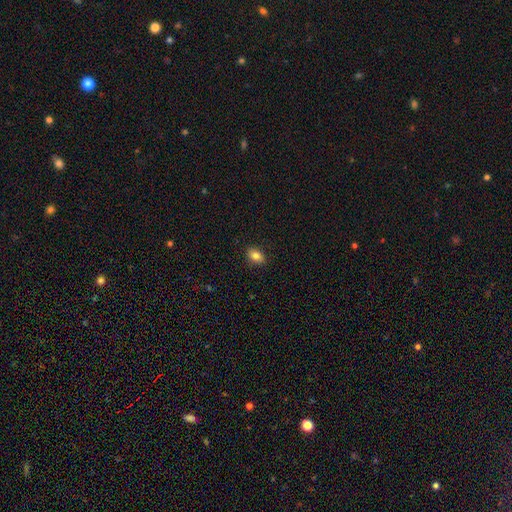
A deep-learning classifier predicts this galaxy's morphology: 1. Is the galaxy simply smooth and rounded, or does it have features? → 83% smooth, 9% star or artifact, 8% featured or disk.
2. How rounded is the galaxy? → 83% in between, 16% round, 2% cigar-shaped.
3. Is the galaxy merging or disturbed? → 89% none, 8% minor disturbance, 2% major disturbance, 1% merger.